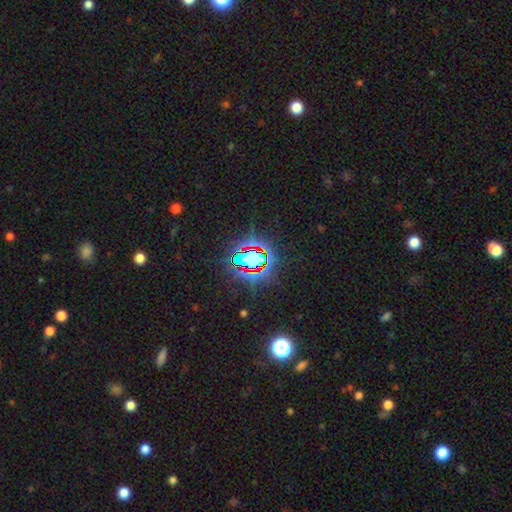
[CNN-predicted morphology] smooth_or_featured: star or artifact (p=0.76) [alt: smooth p=0.14]